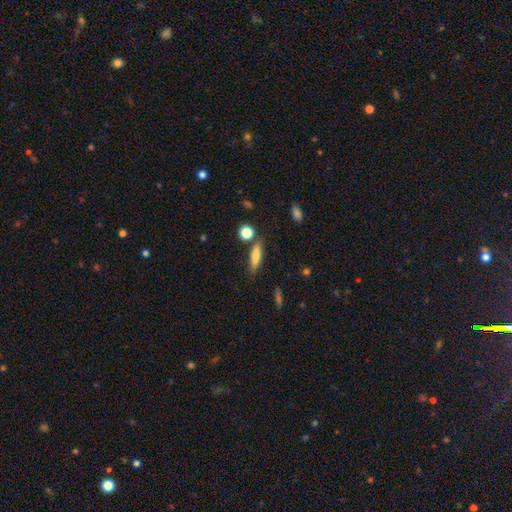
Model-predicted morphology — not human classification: Smooth or featured: smooth — 77% (featured or disk — 15%)
How rounded: cigar-shaped — 67% (in between — 29%)
Merging: none — 78% (minor disturbance — 12%)